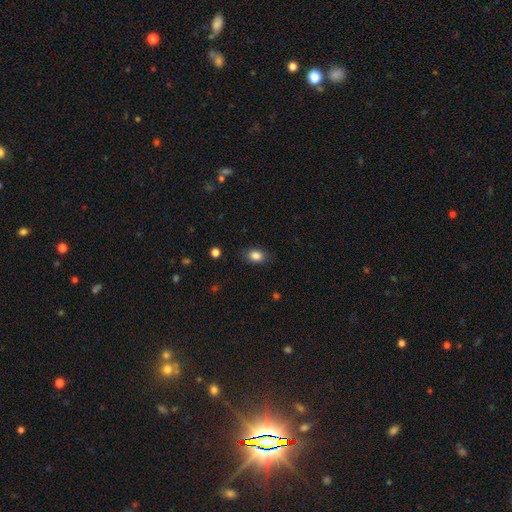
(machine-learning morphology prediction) Smooth or featured?
  - smooth: 86% *
  - star or artifact: 9%
  - featured or disk: 5%
How rounded?
  - in between: 75% *
  - round: 24%
  - cigar-shaped: 1%
Merging?
  - none: 84% *
  - minor disturbance: 12%
  - major disturbance: 3%
  - merger: 1%